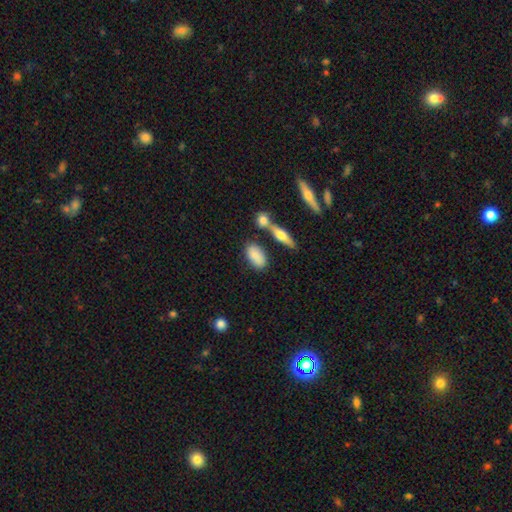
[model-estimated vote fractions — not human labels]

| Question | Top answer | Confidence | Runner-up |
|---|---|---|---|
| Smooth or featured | smooth | 83% | featured or disk (11%) |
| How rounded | in between | 89% | cigar-shaped (6%) |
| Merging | none | 68% | merger (14%) |